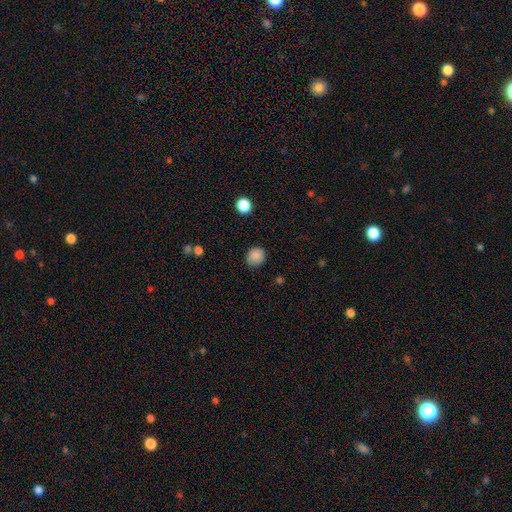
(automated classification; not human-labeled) This appears to be a smooth galaxy with no disk features (86%) that is round (82%). Merging: none (83%).